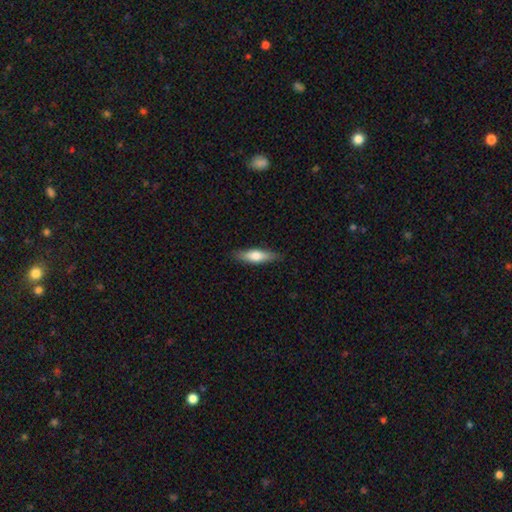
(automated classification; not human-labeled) Smooth or featured?
  - smooth: 65% *
  - featured or disk: 30%
  - star or artifact: 6%
How rounded?
  - cigar-shaped: 61% *
  - in between: 37%
  - round: 2%
Merging?
  - none: 87% *
  - minor disturbance: 10%
  - major disturbance: 2%
  - merger: 1%